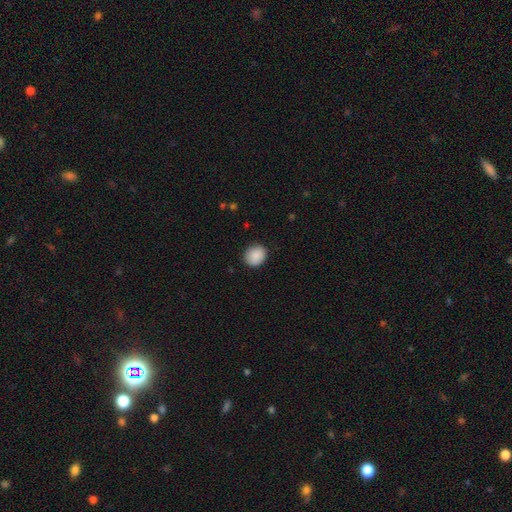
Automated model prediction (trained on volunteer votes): Overall: smooth (89%). How rounded: round (71%). Merging: none (86%).